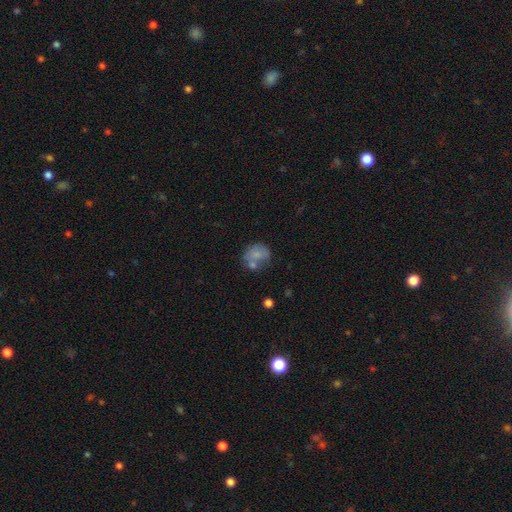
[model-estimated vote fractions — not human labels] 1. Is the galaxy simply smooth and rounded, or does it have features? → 68% smooth, 21% featured or disk, 10% star or artifact.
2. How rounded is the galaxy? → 61% round, 38% in between, 1% cigar-shaped.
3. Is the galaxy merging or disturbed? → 38% none, 31% merger, 20% minor disturbance, 12% major disturbance.